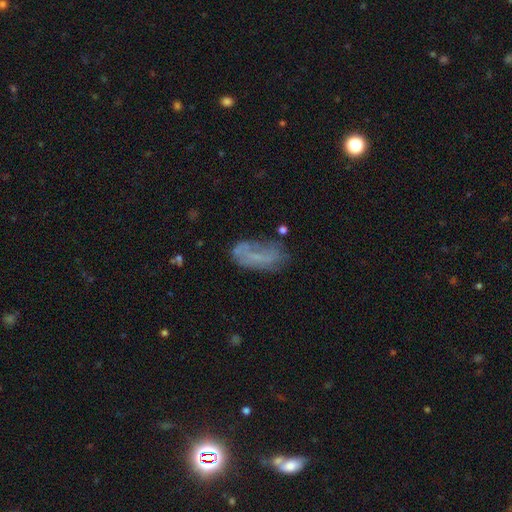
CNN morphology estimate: This is possibly a smooth galaxy (48%). Merging: possibly none (50%).